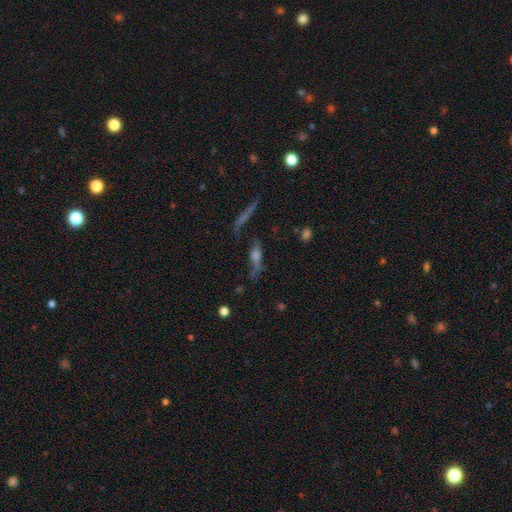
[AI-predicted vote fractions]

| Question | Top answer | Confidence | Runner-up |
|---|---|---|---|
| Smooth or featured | featured or disk | 48% | smooth (34%) |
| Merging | none | 53% | minor disturbance (19%) |